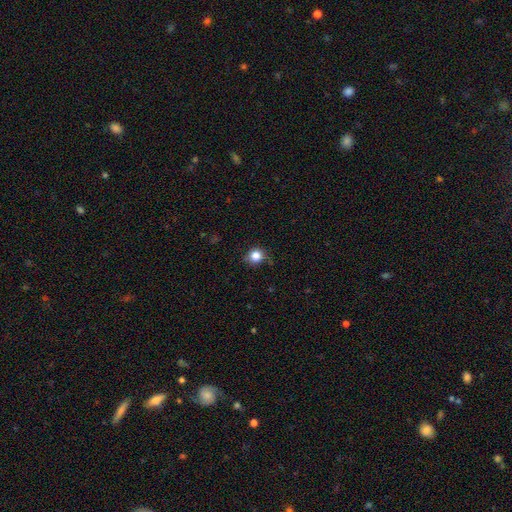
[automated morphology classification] This is clearly a smooth galaxy (83%). How rounded: clearly round (89%). Merging: likely none (79%).